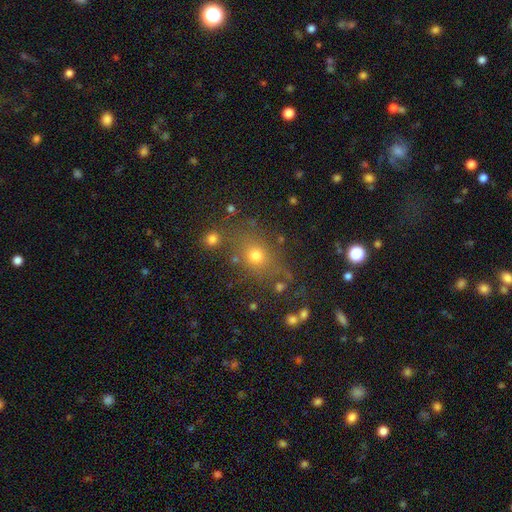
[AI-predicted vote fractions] The model was most divided on "how rounded": round: 57%, in between: 40%, cigar-shaped: 3%. More confident: merging — none (73%); smooth or featured — smooth (67%).